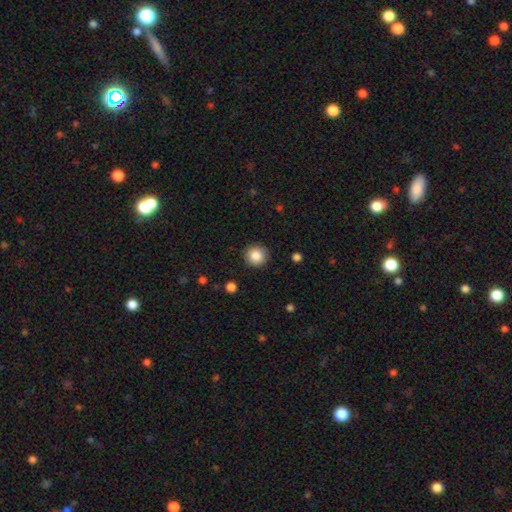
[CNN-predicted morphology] smooth-or-featured: smooth: 86% | star or artifact: 9% | featured or disk: 5%
  how-rounded: round: 95% | in between: 4% | cigar-shaped: 1%
  merging: none: 90% | minor disturbance: 6% | major disturbance: 2% | merger: 1%